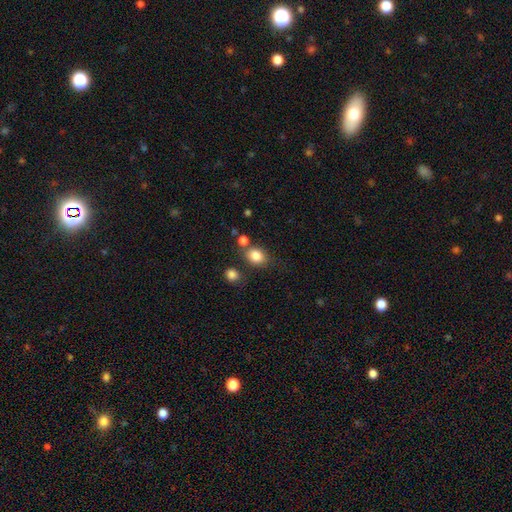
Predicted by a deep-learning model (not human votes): Morphology: type=smooth (84%); roundness=in between (53%); merging=none (66%).